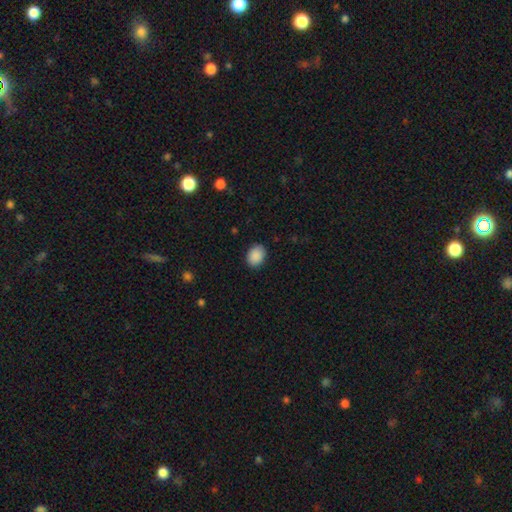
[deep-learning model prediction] smooth_or_featured: smooth (p=0.90) [alt: star or artifact p=0.08]
how_rounded: in between (p=0.63) [alt: round p=0.36]
merging: none (p=0.88) [alt: minor disturbance p=0.09]